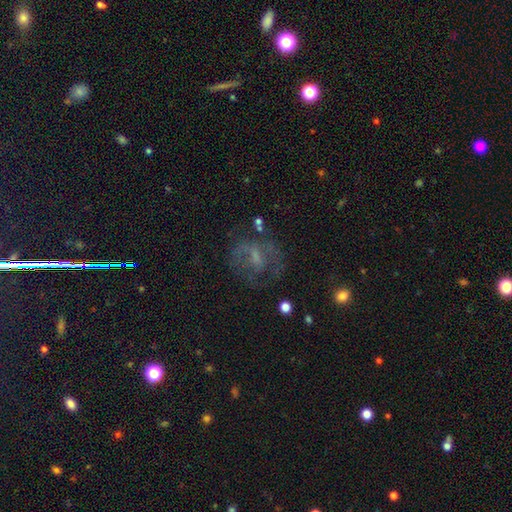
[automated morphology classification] The model was most divided on "bulge size": small: 37%, none: 33%, moderate: 25%, large: 4%, dominant: 1%. Remaining: edge-on disk — no (96%); spiral arms — no (53%); smooth or featured — featured or disk (53%); merging — none (51%); bar — no (47%).